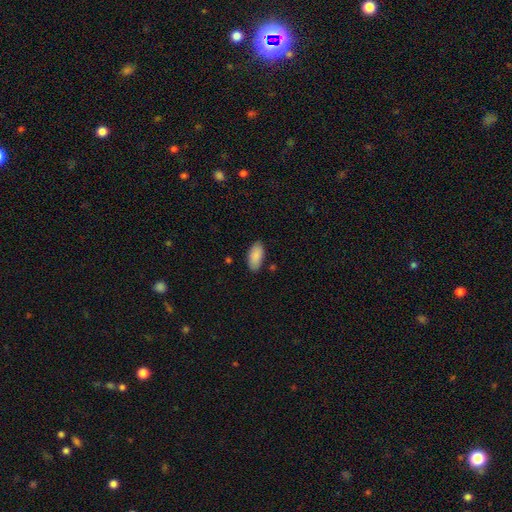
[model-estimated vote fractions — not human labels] Smooth or featured? Predicted: smooth (p=0.89). How rounded? Predicted: in between (p=0.92). Merging? Predicted: none (p=0.83).